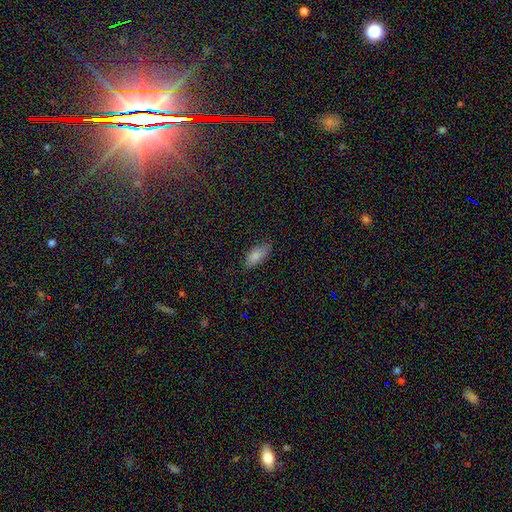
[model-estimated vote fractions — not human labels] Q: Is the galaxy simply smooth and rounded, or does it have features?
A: smooth — 84%.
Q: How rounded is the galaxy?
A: in between — 84%.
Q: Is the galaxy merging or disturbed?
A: none — 79%.